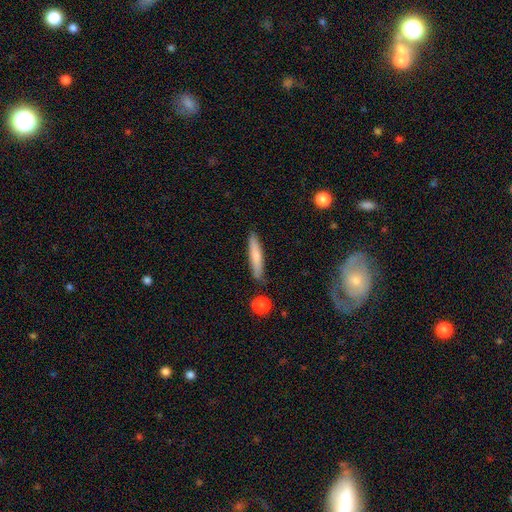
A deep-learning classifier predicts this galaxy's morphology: Q: Smooth or featured?
A: smooth (72%); runner-up: featured or disk (22%)
Q: How rounded?
A: cigar-shaped (90%); runner-up: in between (9%)
Q: Merging?
A: none (86%); runner-up: minor disturbance (10%)